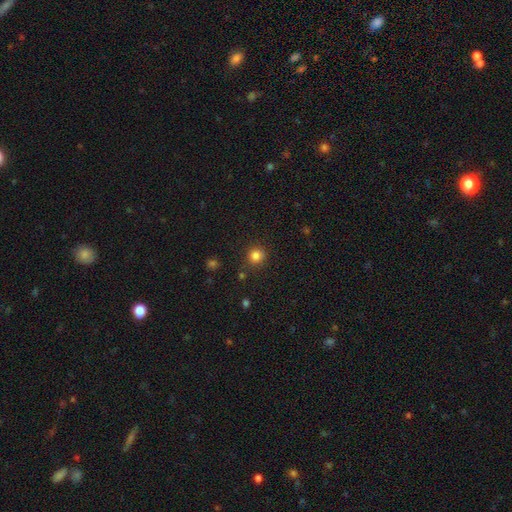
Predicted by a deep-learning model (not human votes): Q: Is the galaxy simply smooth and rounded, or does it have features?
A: smooth — 82%.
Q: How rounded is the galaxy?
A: round — 90%.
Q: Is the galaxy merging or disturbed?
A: none — 84%.